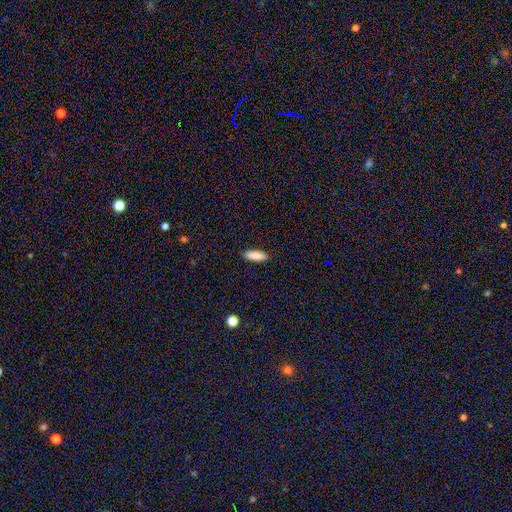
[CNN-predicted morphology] Smooth or featured?
  - smooth: 88% *
  - star or artifact: 7%
  - featured or disk: 5%
How rounded?
  - in between: 54% *
  - cigar-shaped: 44%
  - round: 2%
Merging?
  - none: 89% *
  - minor disturbance: 8%
  - major disturbance: 2%
  - merger: 1%